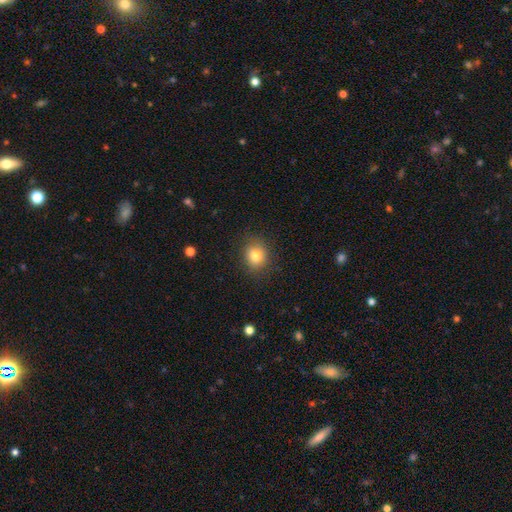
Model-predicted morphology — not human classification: Smooth or featured: smooth — 80% (star or artifact — 11%)
How rounded: round — 67% (in between — 32%)
Merging: none — 84% (minor disturbance — 11%)